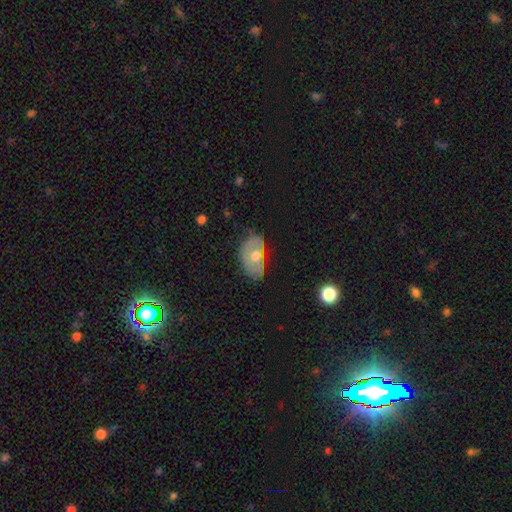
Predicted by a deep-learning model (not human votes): Smooth or featured? featured or disk (47%)
Merging? none (46%)